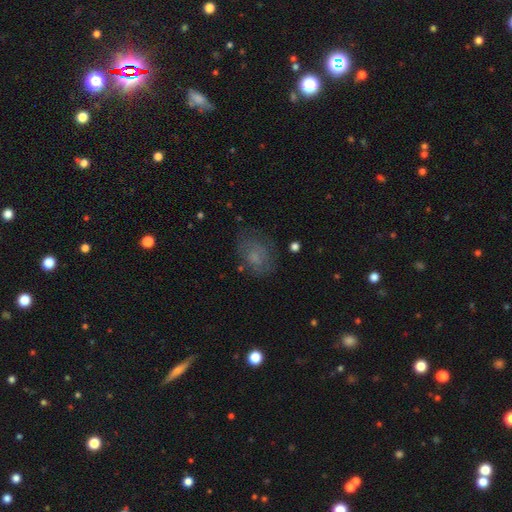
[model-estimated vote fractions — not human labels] Morphology: type=smooth (51%); roundness=in between (58%); merging=none (66%).